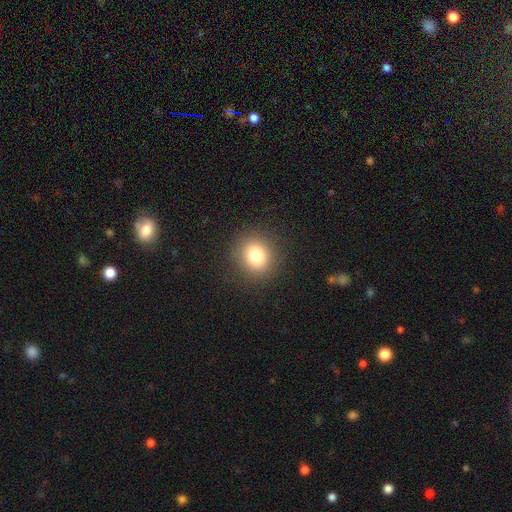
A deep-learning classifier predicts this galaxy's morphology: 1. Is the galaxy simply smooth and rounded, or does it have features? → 80% smooth, 12% star or artifact, 8% featured or disk.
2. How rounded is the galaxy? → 83% round, 16% in between, 1% cigar-shaped.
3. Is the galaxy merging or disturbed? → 89% none, 7% minor disturbance, 3% major disturbance, 1% merger.